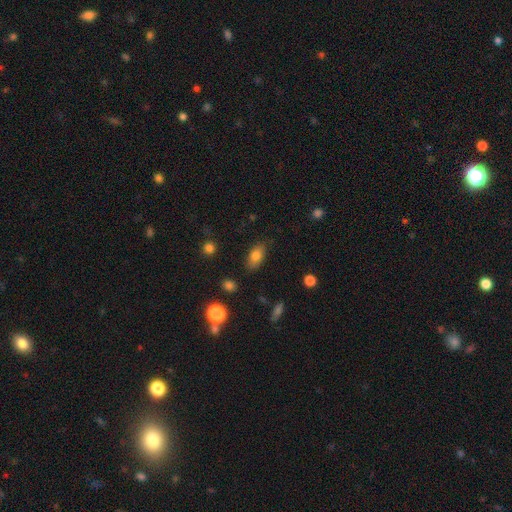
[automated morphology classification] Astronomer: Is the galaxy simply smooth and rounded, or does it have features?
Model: smooth — 79%.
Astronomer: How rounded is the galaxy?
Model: in between — 88%.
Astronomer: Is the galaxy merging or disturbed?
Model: none — 82%.